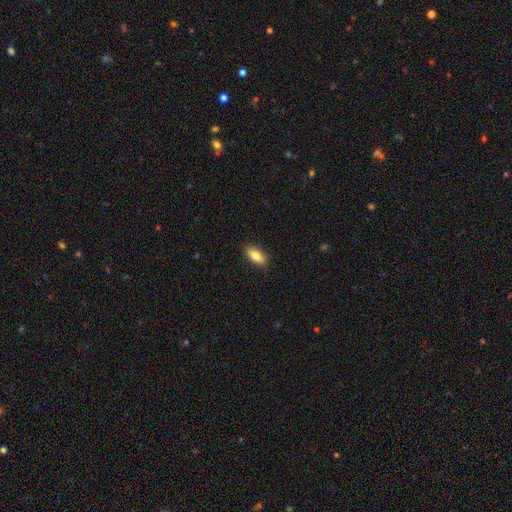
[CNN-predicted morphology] smooth_or_featured: smooth (p=0.81) [alt: featured or disk p=0.13]
how_rounded: in between (p=0.79) [alt: cigar-shaped p=0.18]
merging: none (p=0.89) [alt: minor disturbance p=0.08]